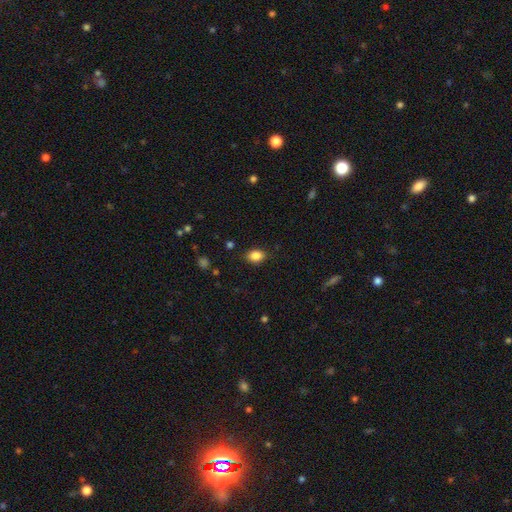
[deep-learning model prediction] This appears to be a smooth galaxy with no disk features (86%) that is in between round and cigar-shaped (71%). Merging: none (84%).